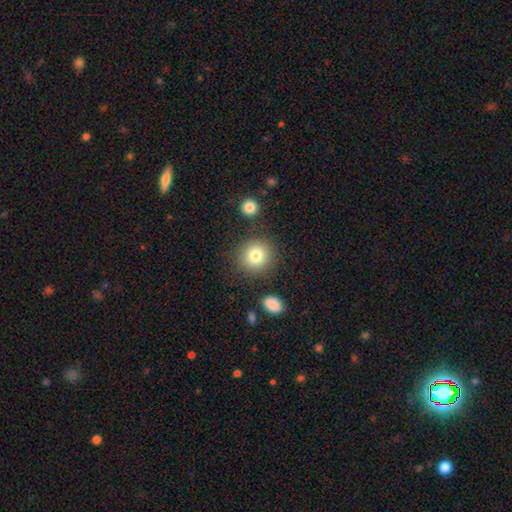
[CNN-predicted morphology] Smooth or featured? smooth (81%)
How rounded? round (91%)
Merging? none (85%)